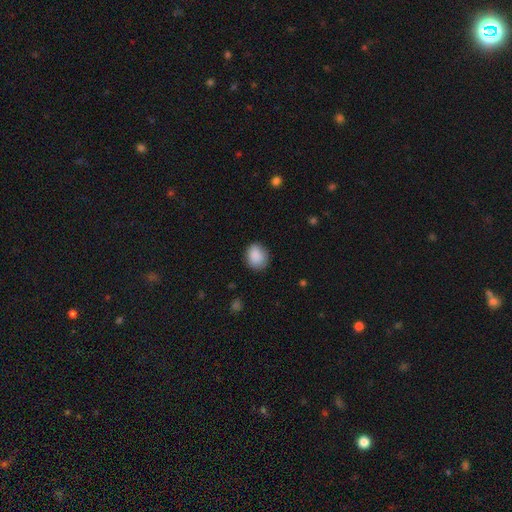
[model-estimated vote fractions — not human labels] smooth_or_featured: smooth (p=0.89) [alt: star or artifact p=0.07]
how_rounded: round (p=0.55) [alt: in between p=0.44]
merging: none (p=0.82) [alt: minor disturbance p=0.14]